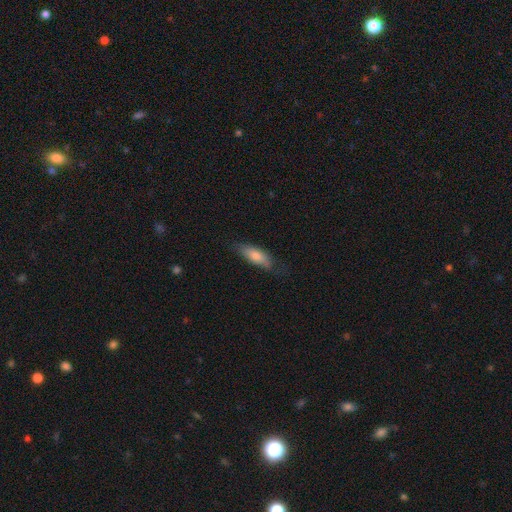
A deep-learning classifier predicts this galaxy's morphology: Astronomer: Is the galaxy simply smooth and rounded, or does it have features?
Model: smooth — 74%.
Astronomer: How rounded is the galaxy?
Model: in between — 59% (runner-up: cigar-shaped, 39%).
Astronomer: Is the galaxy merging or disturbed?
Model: none — 66%.